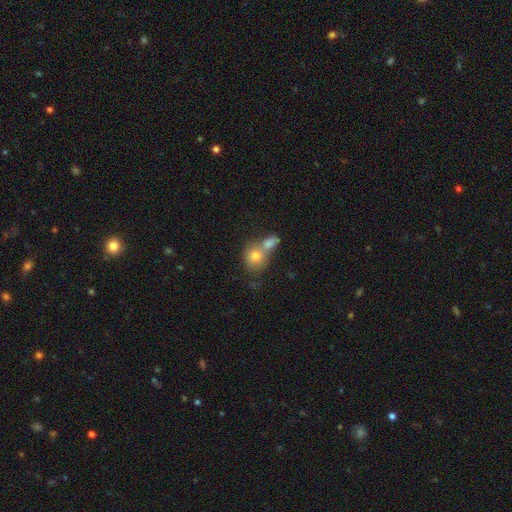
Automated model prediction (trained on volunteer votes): Smooth or featured? Predicted: smooth (p=0.75). How rounded? Predicted: round (p=0.67). Merging? Predicted: merger (p=0.59).